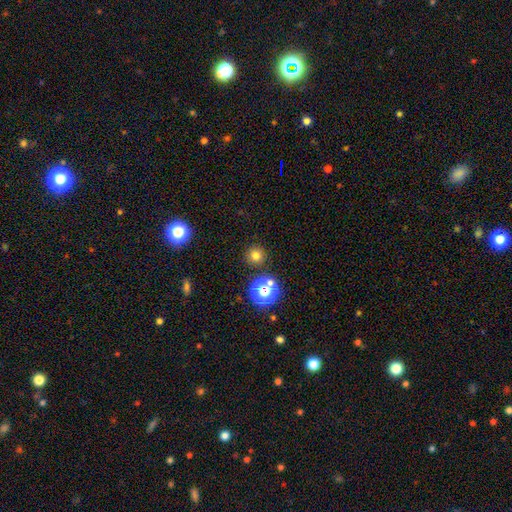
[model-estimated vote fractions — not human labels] Smooth or featured?
  - smooth: 73% *
  - star or artifact: 20%
  - featured or disk: 7%
How rounded?
  - round: 94% *
  - in between: 5%
  - cigar-shaped: 1%
Merging?
  - none: 87% *
  - minor disturbance: 6%
  - merger: 4%
  - major disturbance: 3%